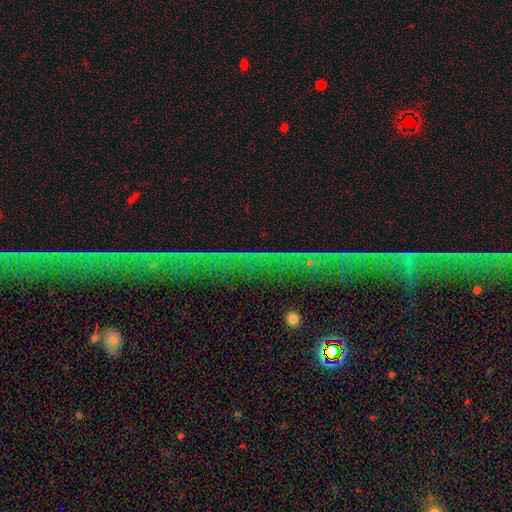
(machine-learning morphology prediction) Q: Smooth or featured?
A: star or artifact (72%); runner-up: featured or disk (14%)